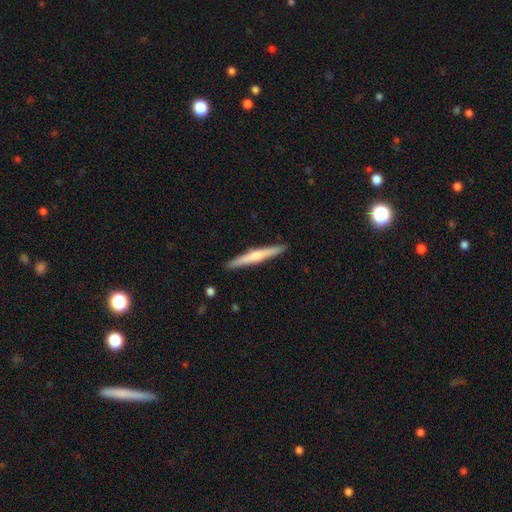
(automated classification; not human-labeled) Smooth or featured? smooth (49%)
Merging? none (92%)